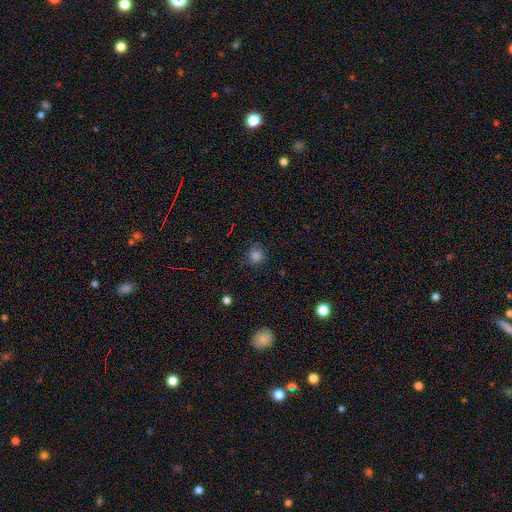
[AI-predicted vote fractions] Morphology: type=smooth (80%); roundness=round (89%); merging=none (81%).